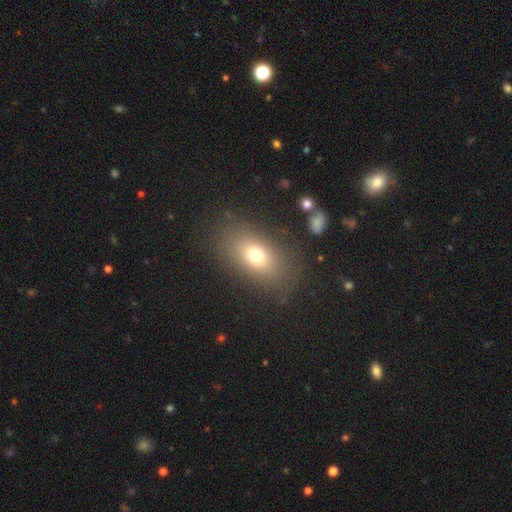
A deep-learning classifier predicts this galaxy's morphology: smooth_or_featured: smooth (p=0.71) [alt: featured or disk p=0.16]
how_rounded: in between (p=0.81) [alt: round p=0.16]
merging: none (p=0.81) [alt: minor disturbance p=0.11]